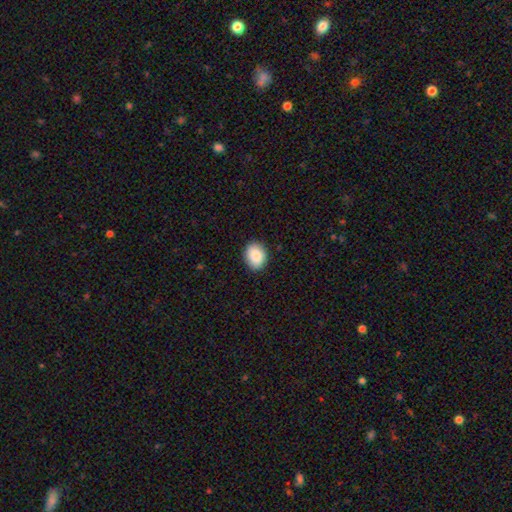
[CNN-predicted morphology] Smooth or featured: smooth — 89% (star or artifact — 7%)
How rounded: in between — 62% (round — 37%)
Merging: none — 88% (minor disturbance — 9%)